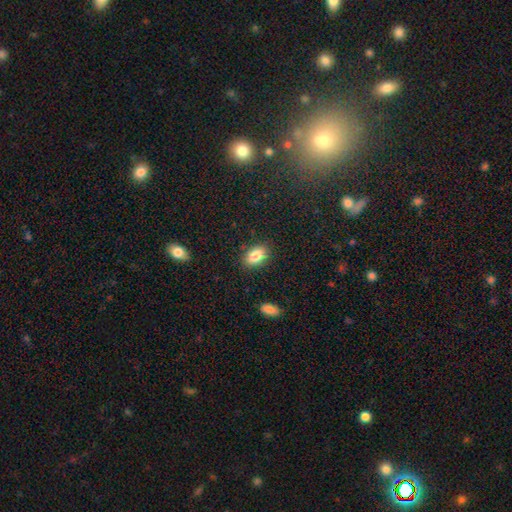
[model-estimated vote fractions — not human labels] Smooth or featured? smooth (84%)
How rounded? in between (87%)
Merging? none (86%)